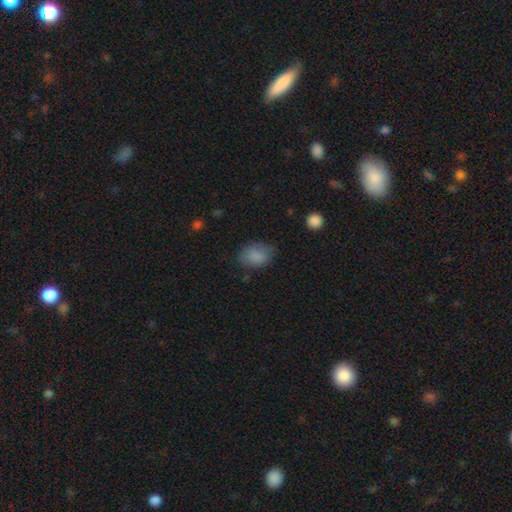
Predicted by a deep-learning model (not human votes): This is clearly a smooth galaxy (83%). How rounded: likely in between (78%). Merging: likely none (69%).